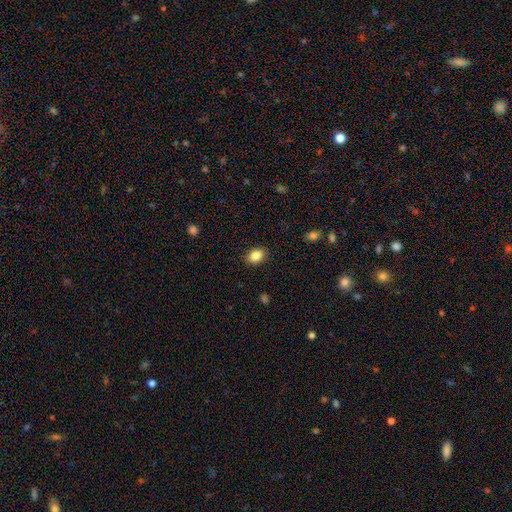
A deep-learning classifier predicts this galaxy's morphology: type=smooth (86%); roundness=in between (70%); merging=none (89%).